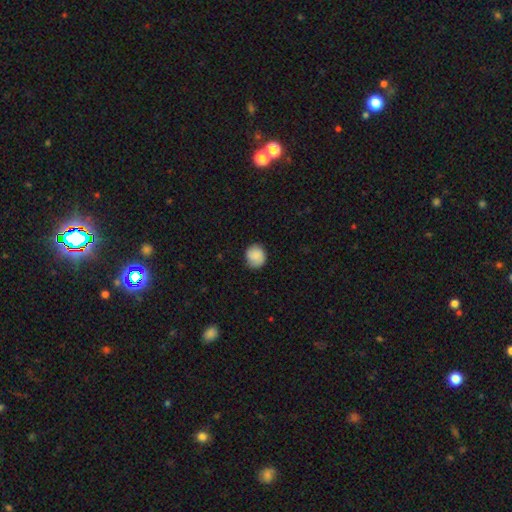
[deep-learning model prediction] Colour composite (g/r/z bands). It shows a smooth galaxy with no disk features (83%) that is round (82%). Merging: none (83%).